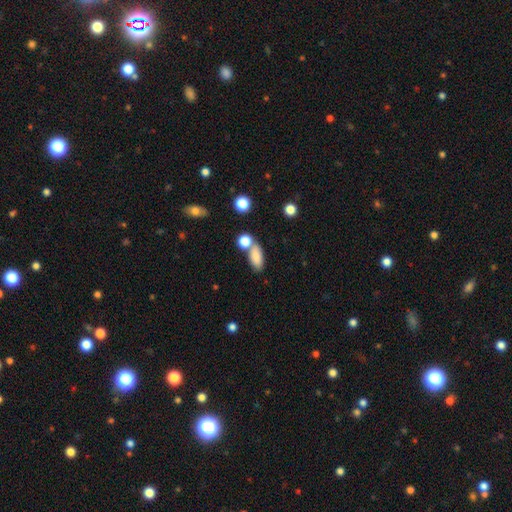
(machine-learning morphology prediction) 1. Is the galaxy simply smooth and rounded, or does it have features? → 83% smooth, 9% star or artifact, 8% featured or disk.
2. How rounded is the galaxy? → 83% in between, 10% cigar-shaped, 7% round.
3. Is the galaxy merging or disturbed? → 57% none, 26% merger, 13% minor disturbance, 5% major disturbance.